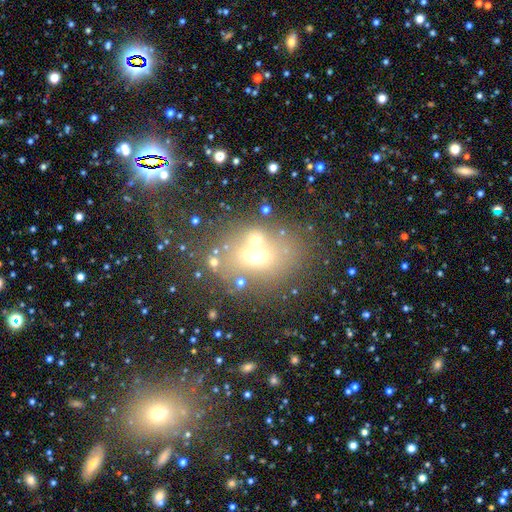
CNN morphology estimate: This appears to be a smooth galaxy with no disk features (49%). Merging: none (54%).